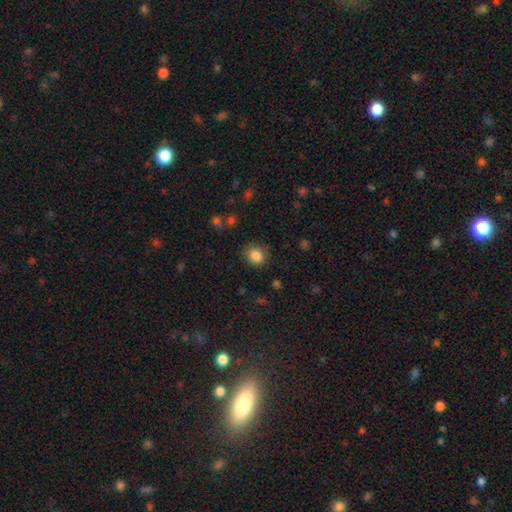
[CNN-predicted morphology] Smooth or featured: smooth — 85% (star or artifact — 10%)
How rounded: round — 72% (in between — 27%)
Merging: none — 83% (minor disturbance — 12%)